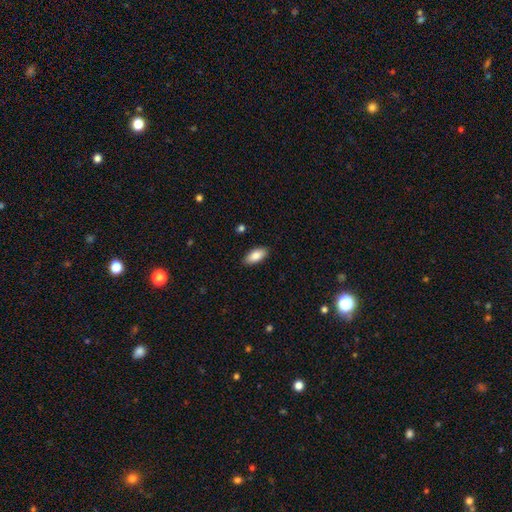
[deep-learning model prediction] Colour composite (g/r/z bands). It shows a smooth galaxy with no disk features (84%) that is in between round and cigar-shaped (88%). Merging: none (89%).